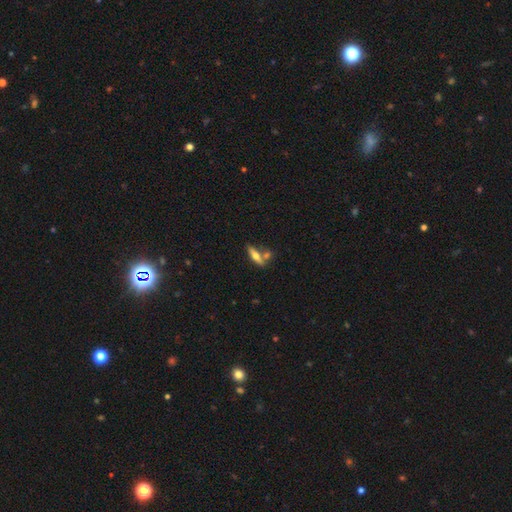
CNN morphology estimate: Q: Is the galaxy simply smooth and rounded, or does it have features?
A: featured or disk — 47%.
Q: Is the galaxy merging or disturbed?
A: none — 61%.